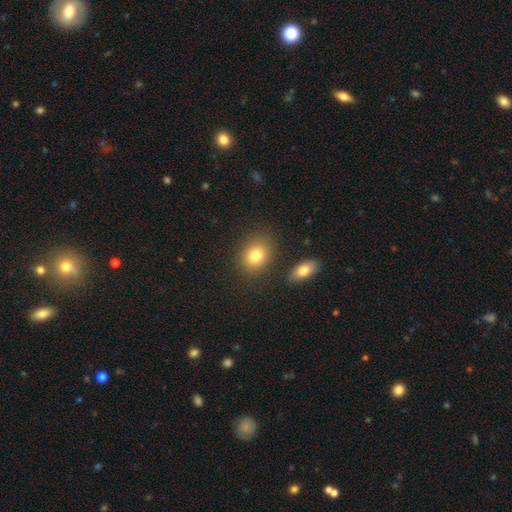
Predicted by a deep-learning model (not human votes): Smooth or featured? smooth (81%)
How rounded? in between (51%)
Merging? none (81%)